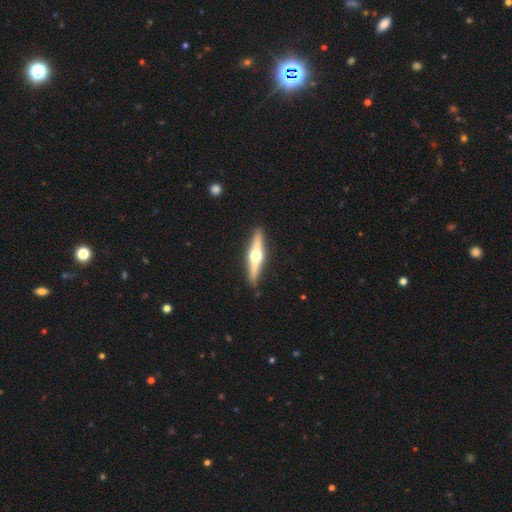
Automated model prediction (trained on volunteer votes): featured or disk 72%, smooth 24%, star or artifact 5%. Down the decision tree: edge-on disk — yes (97%); edge-on bulge — rounded (96%); merging — none (91%).